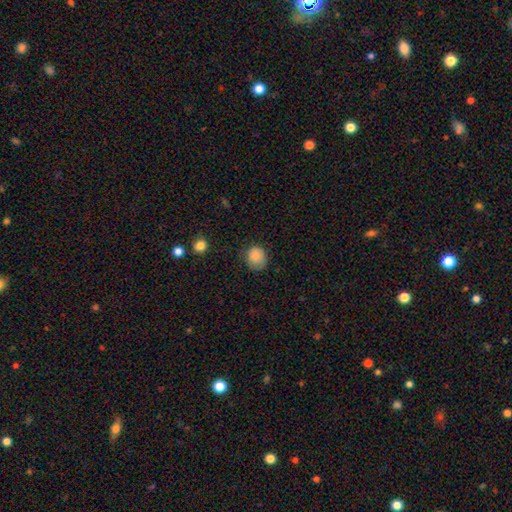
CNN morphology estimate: Smooth or featured: smooth — 84% (star or artifact — 9%)
How rounded: round — 76% (in between — 23%)
Merging: none — 69% (minor disturbance — 24%)